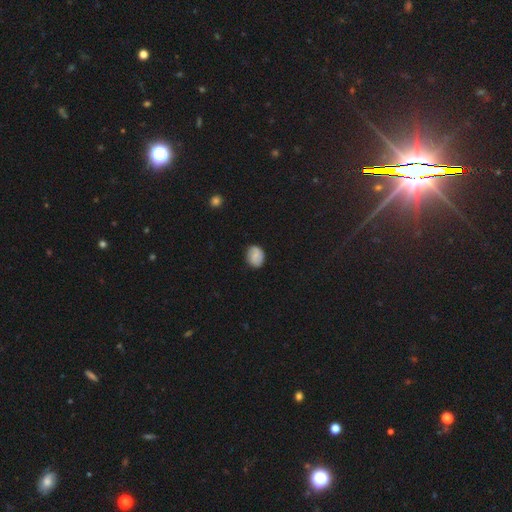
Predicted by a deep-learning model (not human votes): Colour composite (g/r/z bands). It shows a smooth galaxy with no disk features (67%) that is in between round and cigar-shaped (52%). Merging: none (82%).